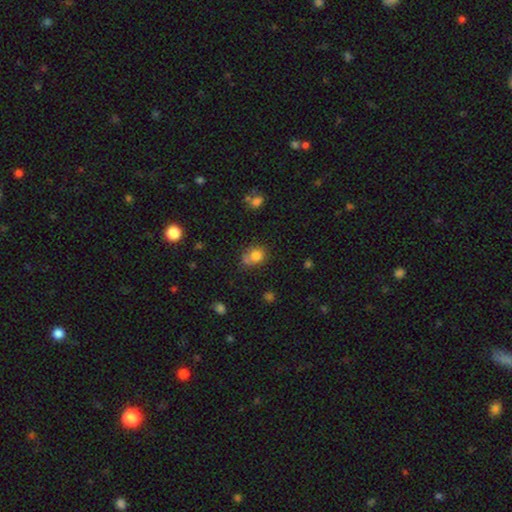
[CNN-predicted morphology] This is likely a smooth galaxy (77%). How rounded: likely round (62%). Merging: possibly none (49%).